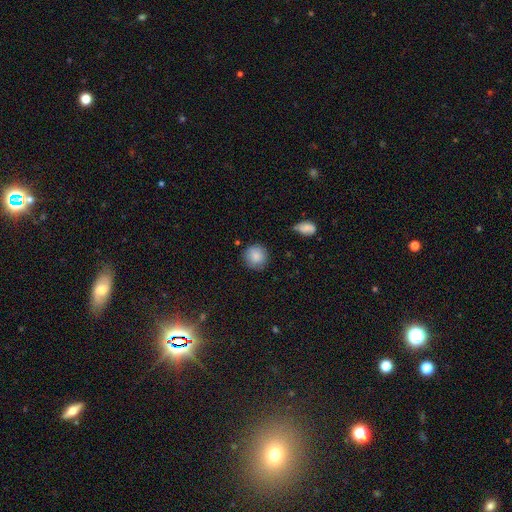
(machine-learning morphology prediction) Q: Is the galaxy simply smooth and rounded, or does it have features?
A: smooth — 85%.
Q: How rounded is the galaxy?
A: round — 92%.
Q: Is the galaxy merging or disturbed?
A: none — 82%.